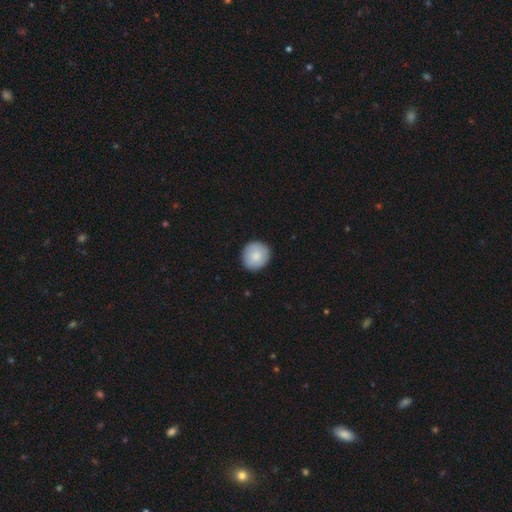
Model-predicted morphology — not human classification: smooth 84%, featured or disk 10%, star or artifact 6%. Down the decision tree: how rounded — round (89%); merging — none (89%).